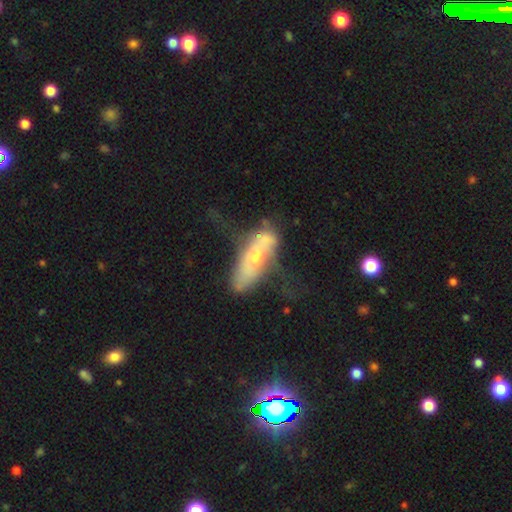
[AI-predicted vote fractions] The model was most divided on "merging" (2-way tie): major disturbance: 29%, none: 29%, minor disturbance: 24%, merger: 18%. More confident: edge-on disk — no (77%); smooth or featured — featured or disk (57%).